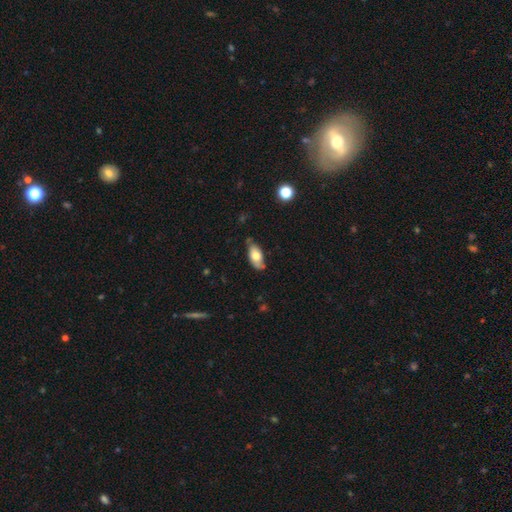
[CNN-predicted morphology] The model was most divided on "smooth or featured": smooth: 66%, featured or disk: 27%, star or artifact: 6%. More confident: how rounded — in between (89%); merging — none (69%).